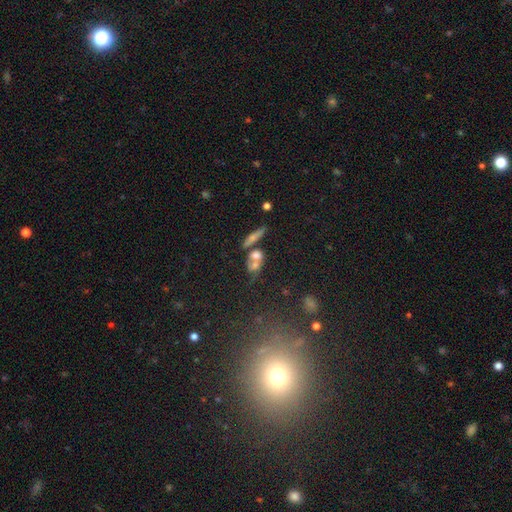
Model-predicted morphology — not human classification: smooth-or-featured: smooth: 43% | featured or disk: 33% | star or artifact: 24%
  merging: none: 53% | merger: 29% | minor disturbance: 11% | major disturbance: 7%